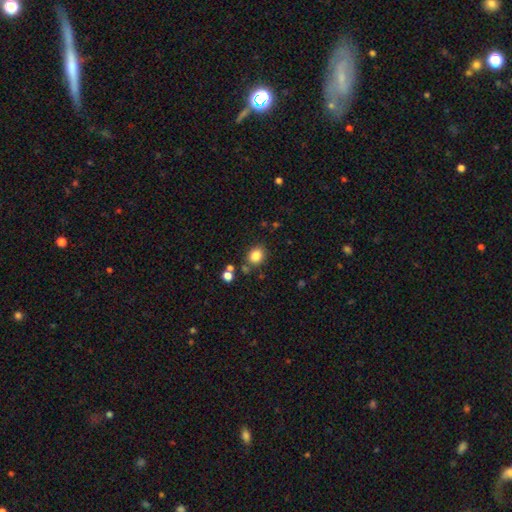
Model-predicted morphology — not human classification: The model was most divided on "how rounded": round: 67%, in between: 32%, cigar-shaped: 1%. More confident: smooth or featured — smooth (84%); merging — none (80%).